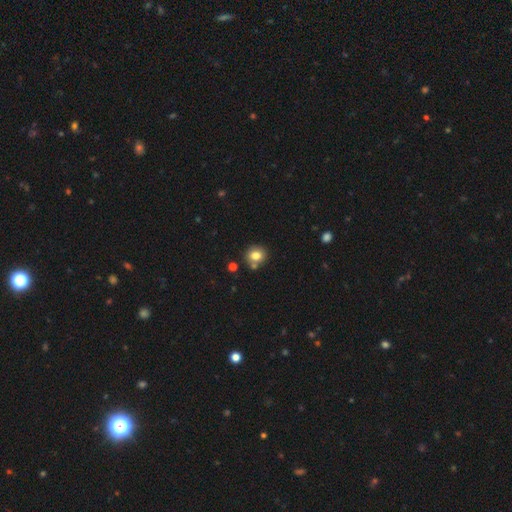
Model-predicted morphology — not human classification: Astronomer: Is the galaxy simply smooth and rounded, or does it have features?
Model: smooth — 79%.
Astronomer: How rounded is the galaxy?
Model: round — 80%.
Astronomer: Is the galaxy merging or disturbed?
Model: none — 73%.